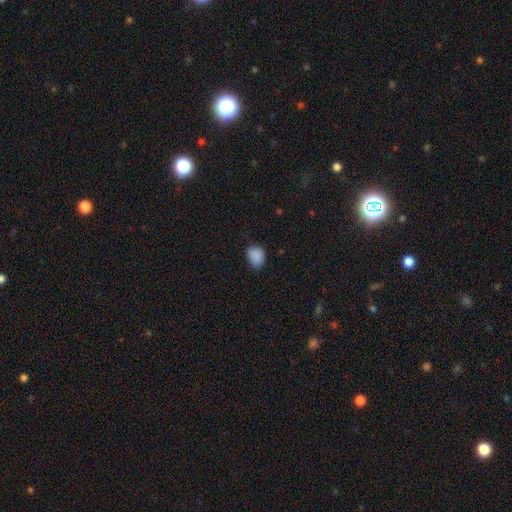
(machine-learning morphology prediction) Overall: smooth (87%). How rounded: in between (54%; round 46%). Merging: none (68%).